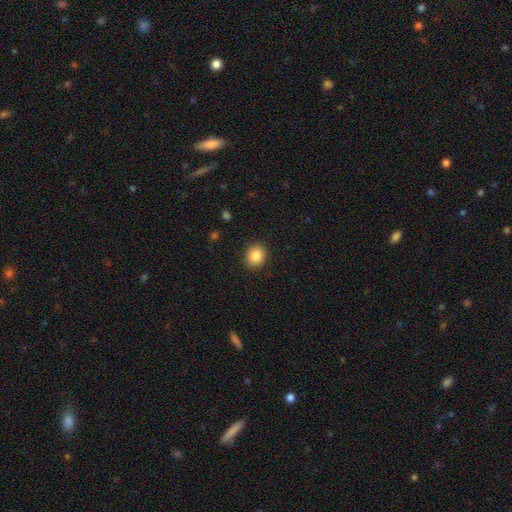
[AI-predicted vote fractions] Smooth or featured? Predicted: smooth (p=0.85). How rounded? Predicted: round (p=0.75). Merging? Predicted: none (p=0.90).